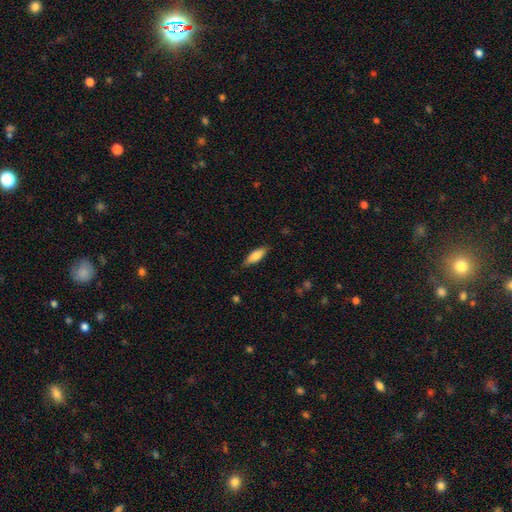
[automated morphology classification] Smooth or featured? Predicted: smooth (p=0.75). How rounded? Predicted: in between (p=0.63). Merging? Predicted: none (p=0.82).